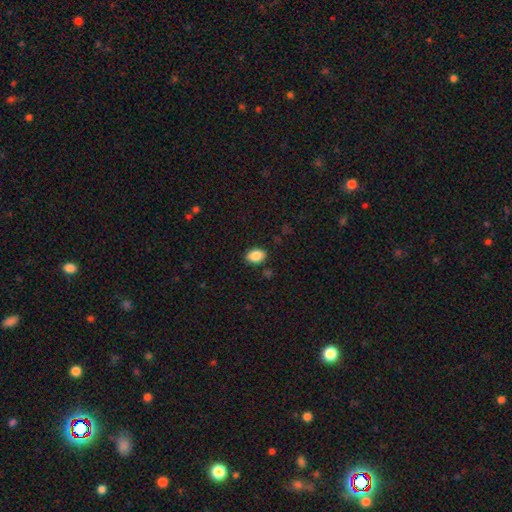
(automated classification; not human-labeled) Morphology: type=smooth (87%); roundness=in between (81%); merging=none (87%).